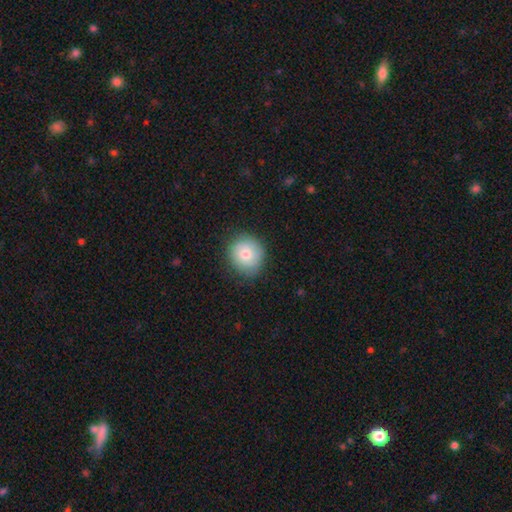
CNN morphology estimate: This appears to be a smooth galaxy with no disk features (71%) that is round (89%). Merging: none (85%).